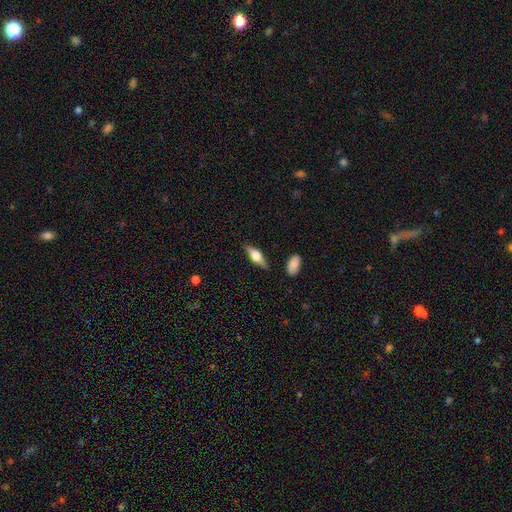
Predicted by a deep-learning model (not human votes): This is possibly a featured or disk galaxy (49%). Merging: clearly none (84%).